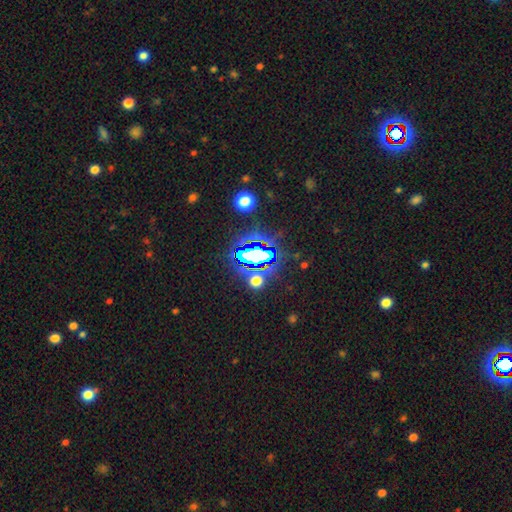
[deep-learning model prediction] This appears to be a star or artifact, not a galaxy (68%).